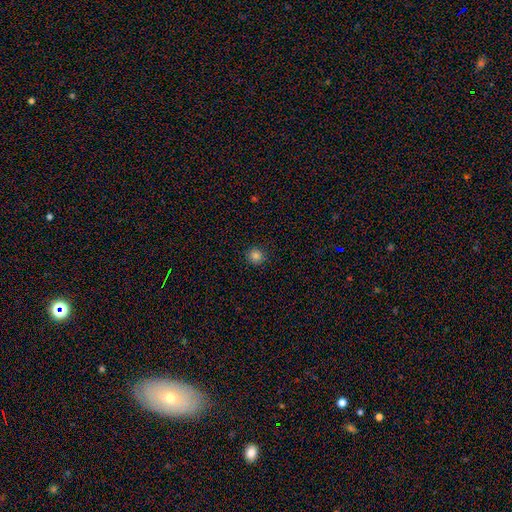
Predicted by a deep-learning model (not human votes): This is clearly a smooth galaxy (83%). How rounded: clearly round (94%). Merging: clearly none (91%).